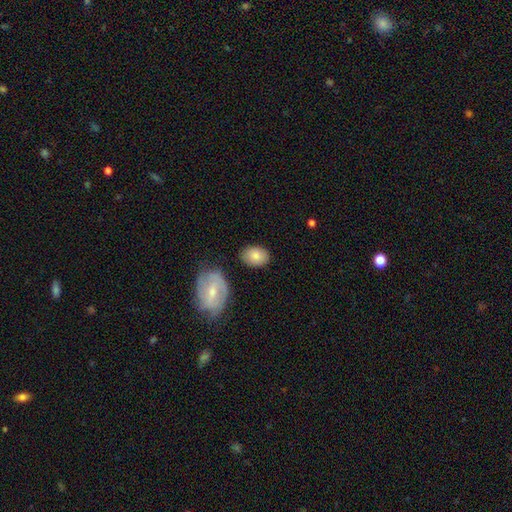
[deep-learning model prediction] smooth_or_featured: smooth (p=0.81) [alt: featured or disk p=0.13]
how_rounded: in between (p=0.76) [alt: round p=0.23]
merging: none (p=0.77) [alt: minor disturbance p=0.14]